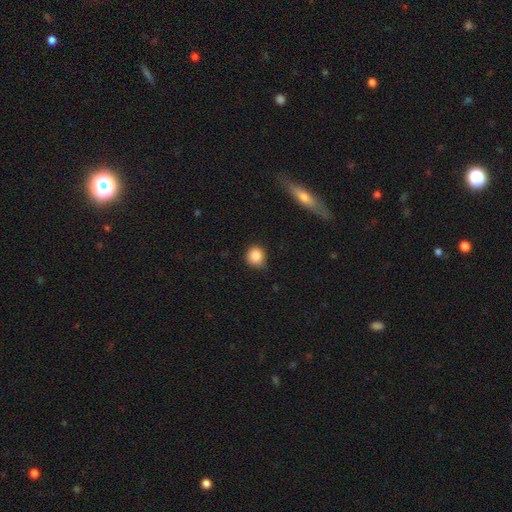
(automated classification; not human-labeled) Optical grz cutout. It shows a smooth galaxy with no disk features (85%) that is round (82%). Merging: none (62%).